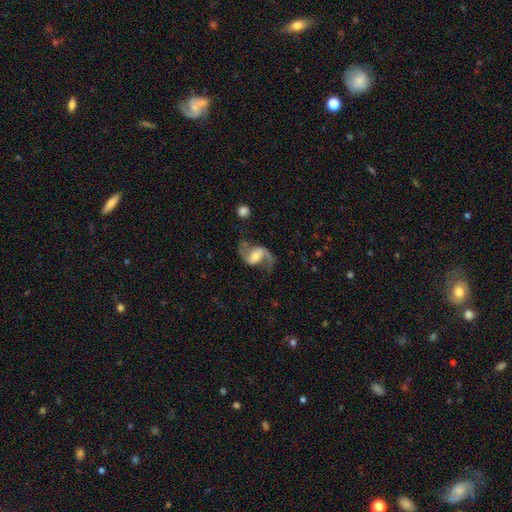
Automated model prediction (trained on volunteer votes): This appears to be a featured or disk galaxy (86%) with a weak bar (42%), 2 (87%) loose (62%) spiral arms (96%) and a moderate central bulge (51%). Merging: none (65%).